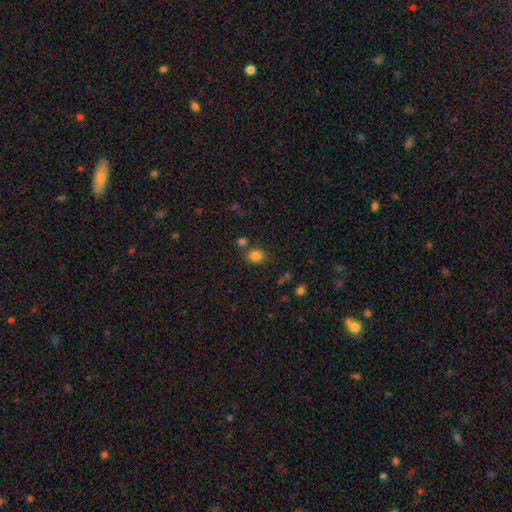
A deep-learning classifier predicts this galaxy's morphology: This appears to be a smooth galaxy with no disk features (82%) that is round (60%). Merging: none (74%).